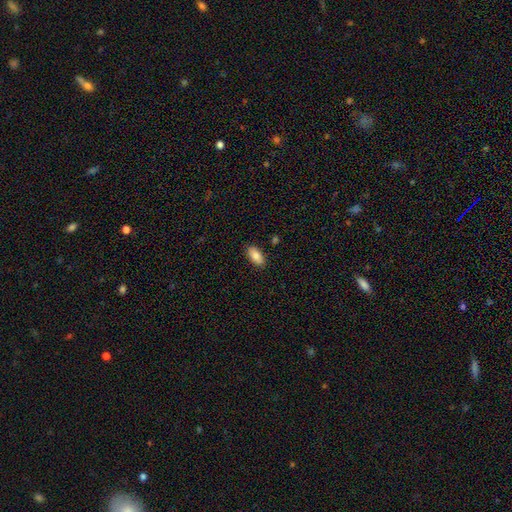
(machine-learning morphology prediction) A smooth galaxy with no disk features (84%) that is in between round and cigar-shaped (93%).

Vote fractions:
- Smooth or featured? smooth: 84% / featured or disk: 9% / star or artifact: 7%
- How rounded? in between: 93% / cigar-shaped: 5% / round: 2%
- Merging? none: 88% / minor disturbance: 9% / major disturbance: 2% / merger: 1%